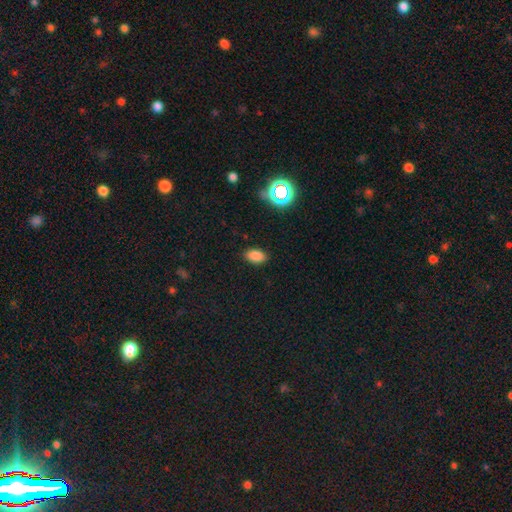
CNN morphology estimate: Smooth or featured? smooth (82%)
How rounded? in between (90%)
Merging? none (87%)